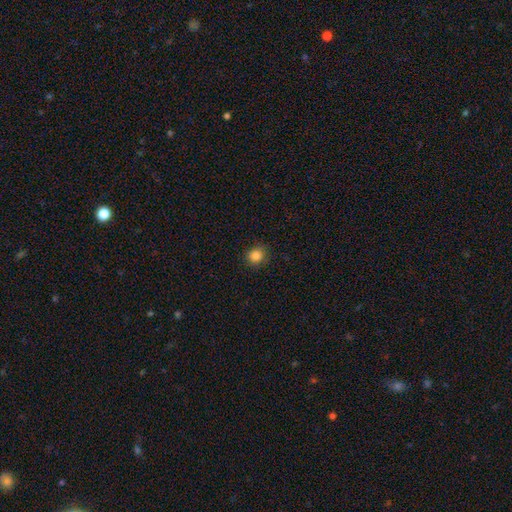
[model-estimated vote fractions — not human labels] This appears to be a smooth galaxy with no disk features (85%) that is round (87%). Merging: none (88%).